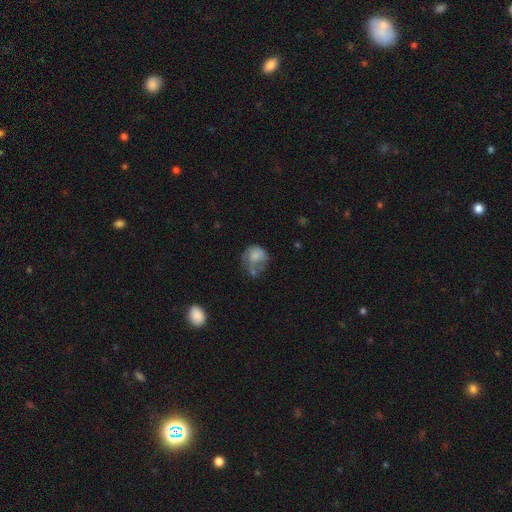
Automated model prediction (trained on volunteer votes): Smooth or featured? Predicted: smooth (p=0.62). How rounded? Predicted: round (p=0.64). Merging? Predicted: major disturbance (p=0.30).